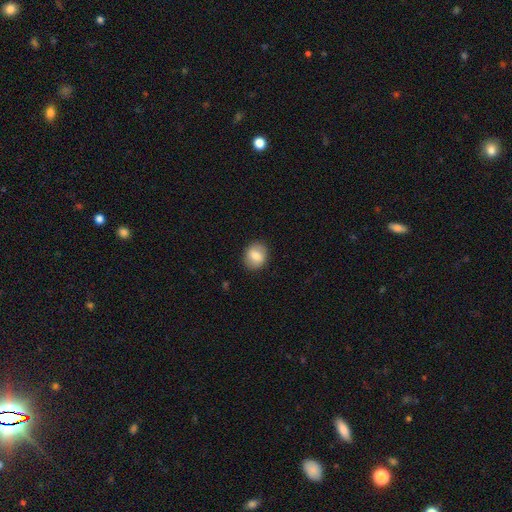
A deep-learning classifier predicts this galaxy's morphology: This is likely a smooth galaxy (78%). How rounded: likely round (64%). Merging: clearly none (88%).